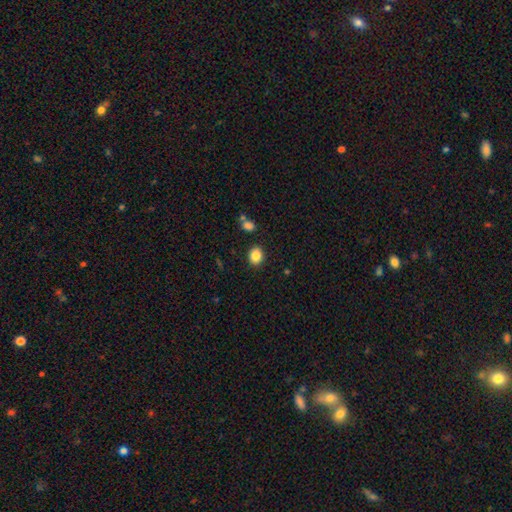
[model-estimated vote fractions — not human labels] Smooth or featured? smooth (87%)
How rounded? in between (51%)
Merging? none (87%)